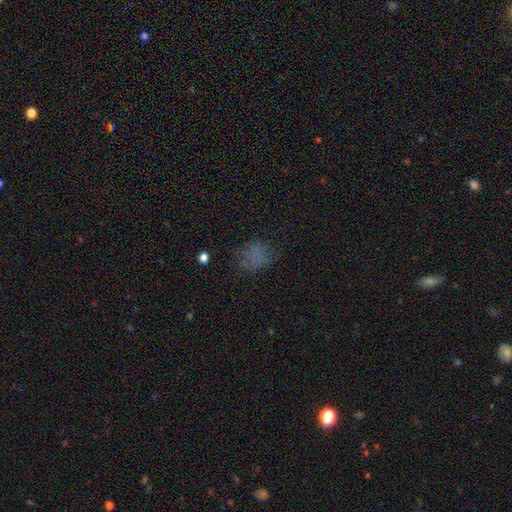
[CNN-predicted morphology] smooth 65%, star or artifact 21%, featured or disk 14%. Down the decision tree: how rounded — in between (50%); merging — none (63%).